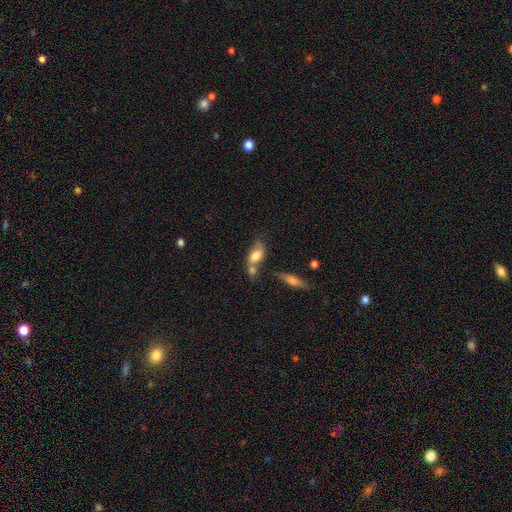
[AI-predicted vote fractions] This is likely a smooth galaxy (61%). How rounded: clearly in between (80%). Merging: marginally merger (41%).